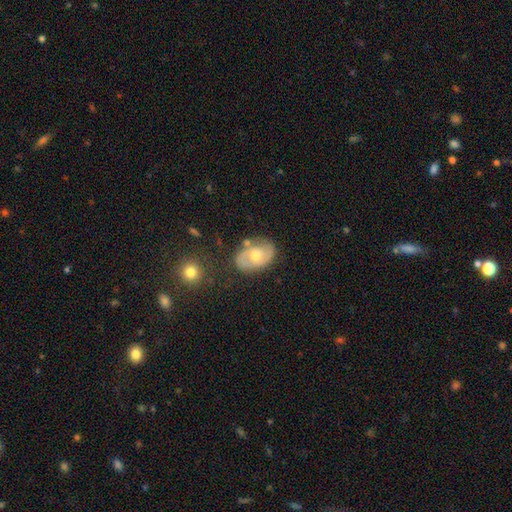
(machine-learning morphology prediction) This is possibly a featured or disk galaxy (55%). It is clearly not viewed edge-on (95%). Bar: likely no (71%). Spiral arm pattern: likely yes (69%). Central bulge: likely moderate (70%). Merging: likely none (69%).